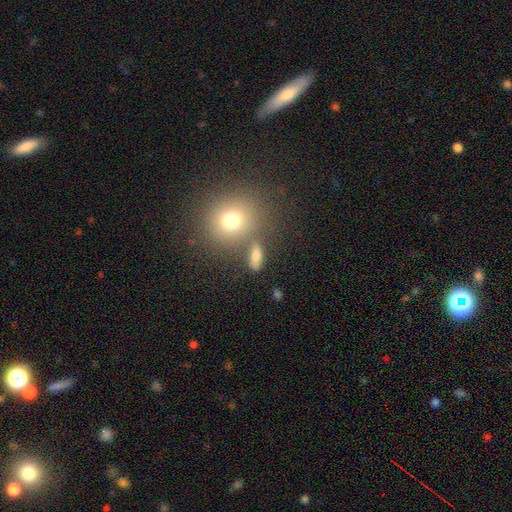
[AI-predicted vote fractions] This appears to be a smooth galaxy with no disk features (72%) that is in between round and cigar-shaped (57%). Merging: none (67%).